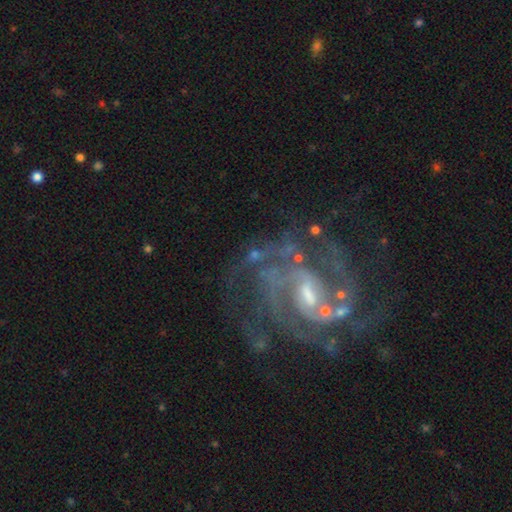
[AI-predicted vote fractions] Morphology: type=featured or disk (88%); edge-on=no (98%); bar=weak (54%); spiral arms=yes (96%); winding=medium (47%); arm count=2 (43%); bulge=small (43%); merging=none (64%).